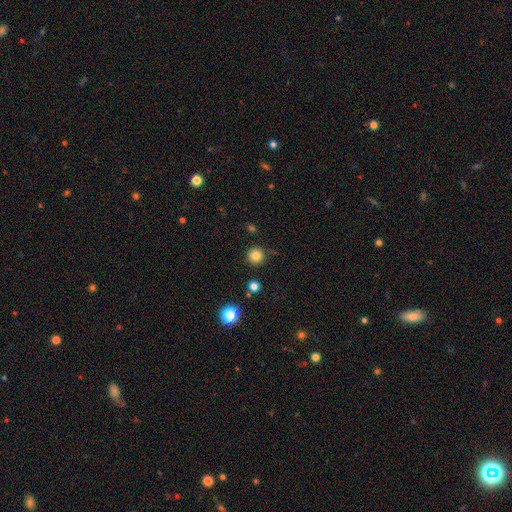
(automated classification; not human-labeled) Smooth or featured: smooth — 82% (star or artifact — 13%)
How rounded: round — 96% (in between — 4%)
Merging: none — 87% (minor disturbance — 8%)